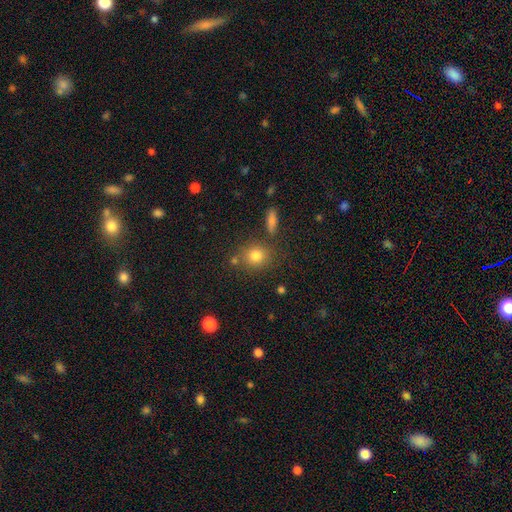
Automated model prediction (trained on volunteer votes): Morphology: type=smooth (79%); roundness=round (79%); merging=none (74%).